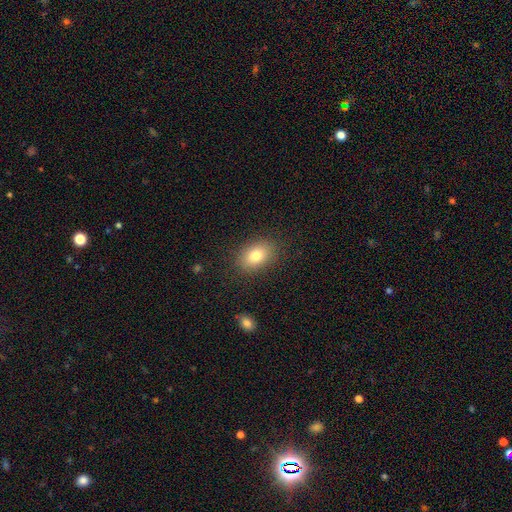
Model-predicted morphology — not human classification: A smooth galaxy with no disk features (79%) that is in between round and cigar-shaped (82%).

Vote fractions:
- Smooth or featured? smooth: 79% / featured or disk: 12% / star or artifact: 10%
- How rounded? in between: 82% / round: 17% / cigar-shaped: 1%
- Merging? none: 86% / minor disturbance: 10% / major disturbance: 3% / merger: 1%